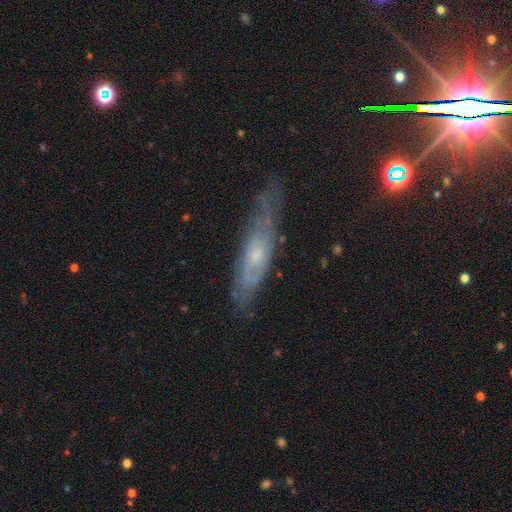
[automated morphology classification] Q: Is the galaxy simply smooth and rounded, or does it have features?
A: featured or disk — 69%.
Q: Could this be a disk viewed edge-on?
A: no — 63%.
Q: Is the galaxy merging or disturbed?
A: none — 64%.